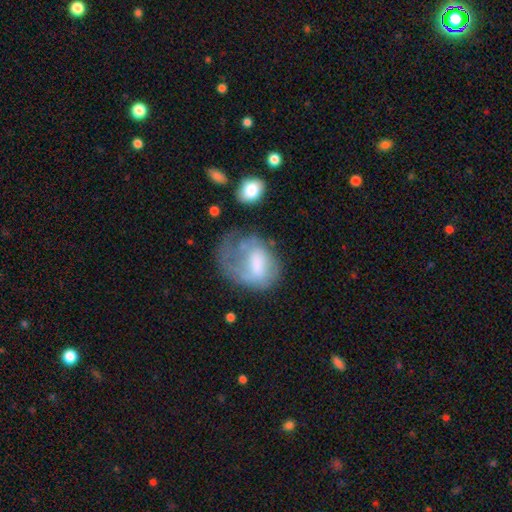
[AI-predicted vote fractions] Smooth or featured? Predicted: smooth (p=0.50). How rounded? Predicted: in between (p=0.63). Merging? Predicted: major disturbance (p=0.49).